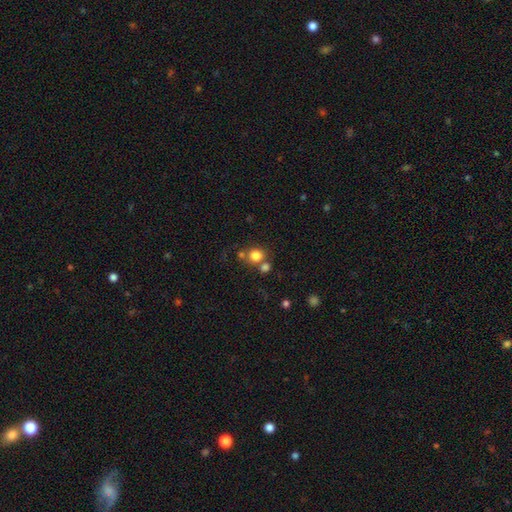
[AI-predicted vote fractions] Smooth or featured? Predicted: smooth (p=0.80). How rounded? Predicted: round (p=0.80). Merging? Predicted: none (p=0.58).